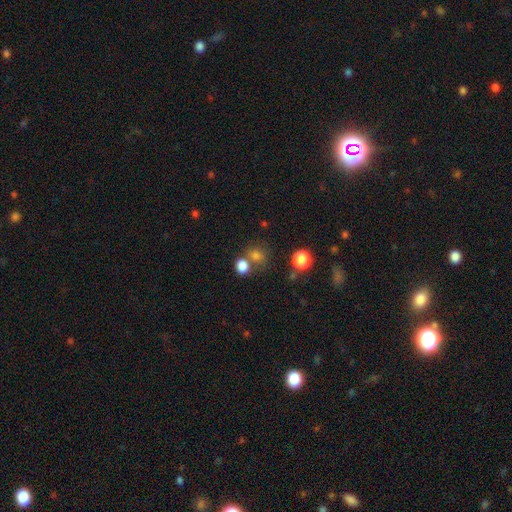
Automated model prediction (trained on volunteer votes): A smooth galaxy with no disk features (77%) that is round (60%). Merging: none (58%).